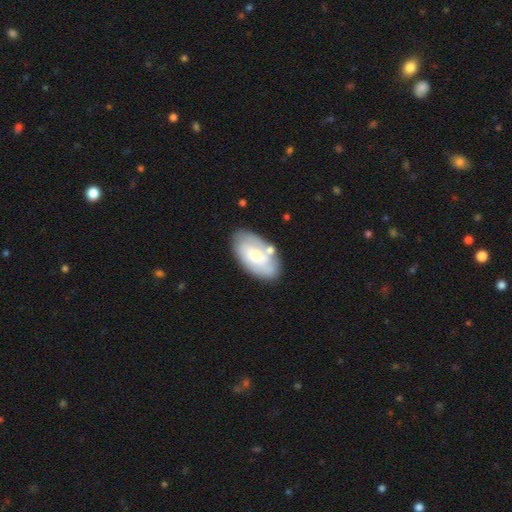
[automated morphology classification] This appears to be a smooth galaxy with no disk features (50%). Merging: none (70%).